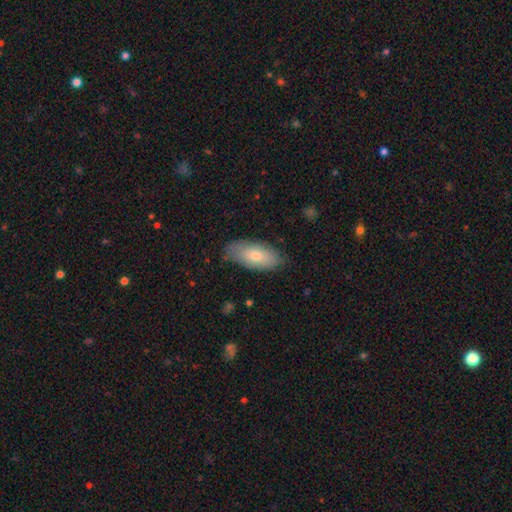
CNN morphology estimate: Smooth or featured?
  - smooth: 72% *
  - featured or disk: 21%
  - star or artifact: 6%
How rounded?
  - in between: 89% *
  - cigar-shaped: 8%
  - round: 3%
Merging?
  - none: 78% *
  - minor disturbance: 18%
  - major disturbance: 3%
  - merger: 1%